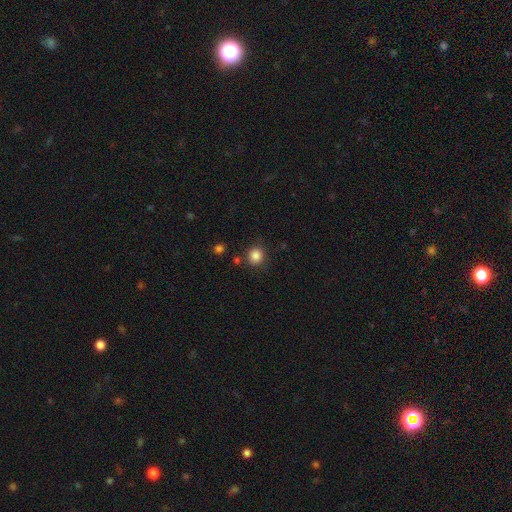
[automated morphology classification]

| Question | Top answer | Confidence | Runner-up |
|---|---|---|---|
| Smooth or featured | smooth | 85% | star or artifact (11%) |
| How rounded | round | 86% | in between (13%) |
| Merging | none | 84% | minor disturbance (10%) |